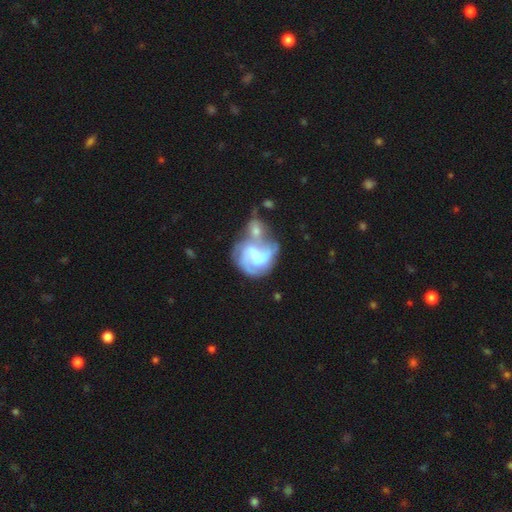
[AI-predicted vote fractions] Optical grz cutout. It shows a featured or disk galaxy (78%) with a weak bar (45%), 2 (41%) medium (43%) spiral arms (90%) and a small central bulge (42%). Merging: merger (54%).